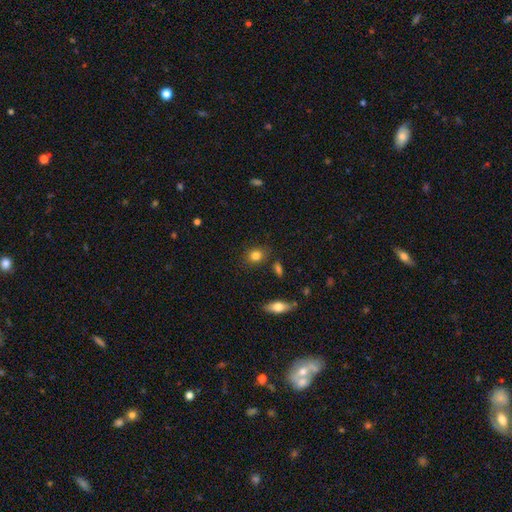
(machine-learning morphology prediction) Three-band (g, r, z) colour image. It shows a smooth galaxy with no disk features (83%) that is round (59%). Merging: none (82%).